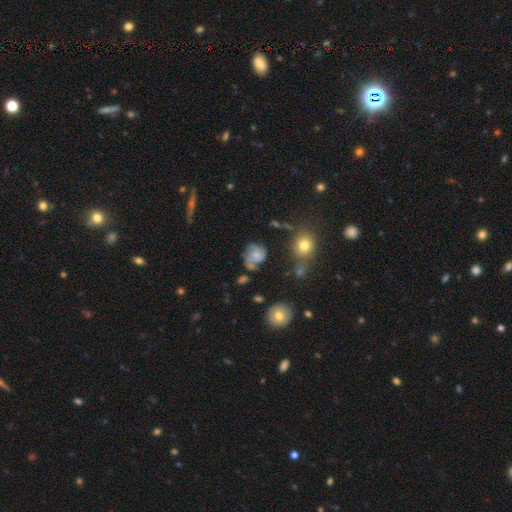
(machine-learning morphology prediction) The model was most divided on "smooth or featured": featured or disk: 54%, smooth: 35%, star or artifact: 11%. Remaining: edge-on disk — no (97%); spiral arms — yes (83%); bar — no (72%); merging — none (46%); bulge size — small (46%).